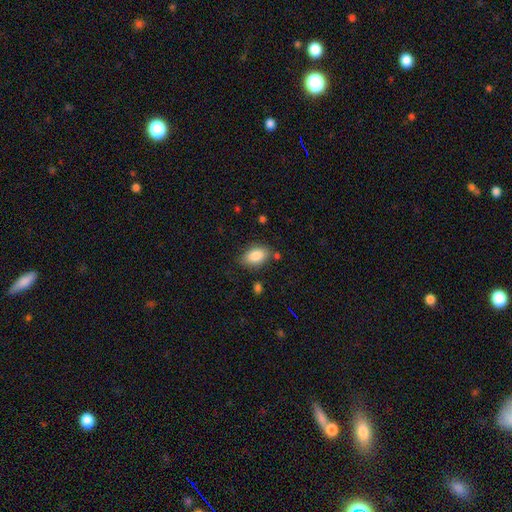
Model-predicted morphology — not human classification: A smooth galaxy with no disk features (86%) that is in between round and cigar-shaped (91%).

Vote fractions:
- Smooth or featured? smooth: 86% / star or artifact: 7% / featured or disk: 7%
- How rounded? in between: 91% / round: 7% / cigar-shaped: 2%
- Merging? none: 78% / minor disturbance: 14% / merger: 4% / major disturbance: 4%